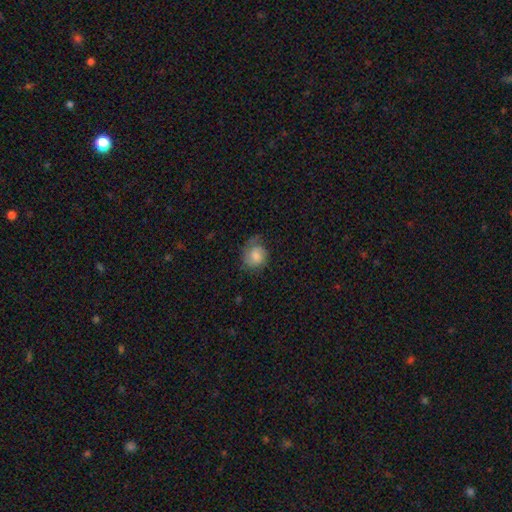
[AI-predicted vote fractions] Smooth or featured? Predicted: smooth (p=0.56). How rounded? Predicted: round (p=0.69). Merging? Predicted: none (p=0.57).